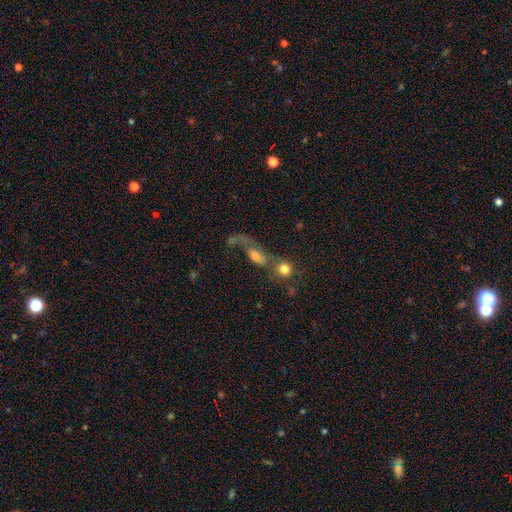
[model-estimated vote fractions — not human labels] Q: Smooth or featured?
A: smooth (51%); runner-up: featured or disk (33%)
Q: How rounded?
A: in between (66%); runner-up: round (18%)
Q: Merging?
A: merger (50%); runner-up: major disturbance (22%)